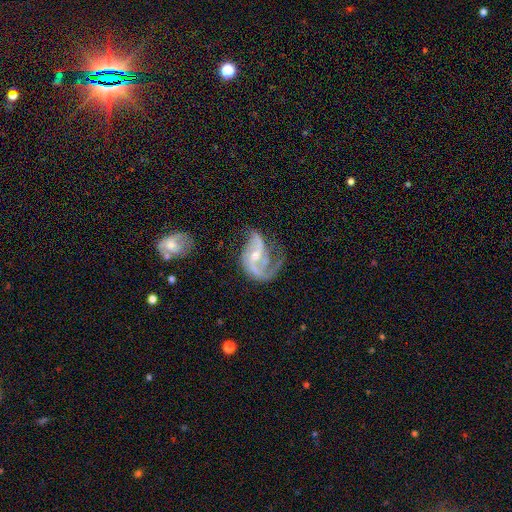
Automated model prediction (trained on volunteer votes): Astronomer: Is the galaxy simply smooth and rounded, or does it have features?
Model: featured or disk — 88%.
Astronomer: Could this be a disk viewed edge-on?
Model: no — 98%.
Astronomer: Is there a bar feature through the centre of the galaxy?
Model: weak — 43% (runner-up: no, 38%).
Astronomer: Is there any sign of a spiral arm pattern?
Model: yes — 96%.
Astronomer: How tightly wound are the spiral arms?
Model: loose — 46% (runner-up: medium, 43%).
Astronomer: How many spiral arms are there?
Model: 2 — 70%.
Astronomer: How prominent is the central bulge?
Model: small — 51% (runner-up: moderate, 44%).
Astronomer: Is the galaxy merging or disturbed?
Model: none — 42% (runner-up: major disturbance, 29%).